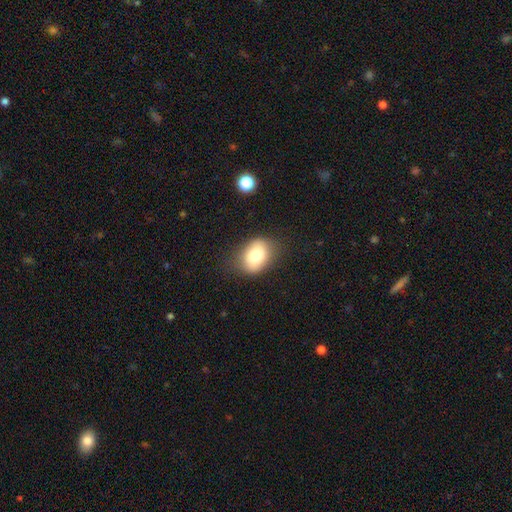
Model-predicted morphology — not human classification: Smooth or featured? Predicted: smooth (p=0.81). How rounded? Predicted: in between (p=0.73). Merging? Predicted: none (p=0.75).